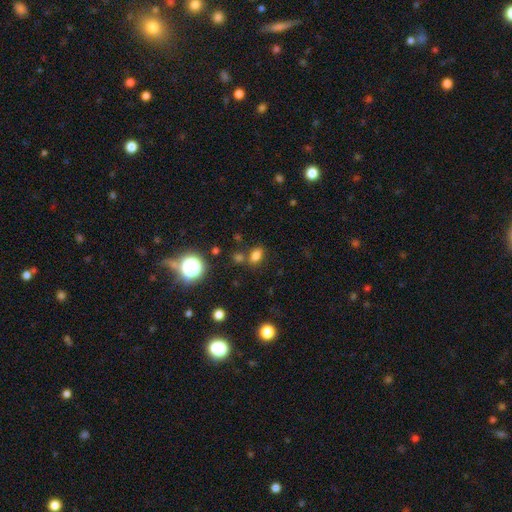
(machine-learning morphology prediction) A smooth galaxy with no disk features (76%) that is in between round and cigar-shaped (74%). Merging: none (71%).